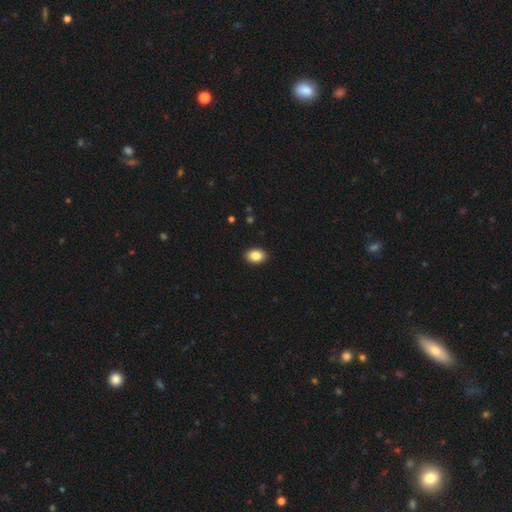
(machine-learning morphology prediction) Overall: smooth (86%). How rounded: in between (78%). Merging: none (91%).